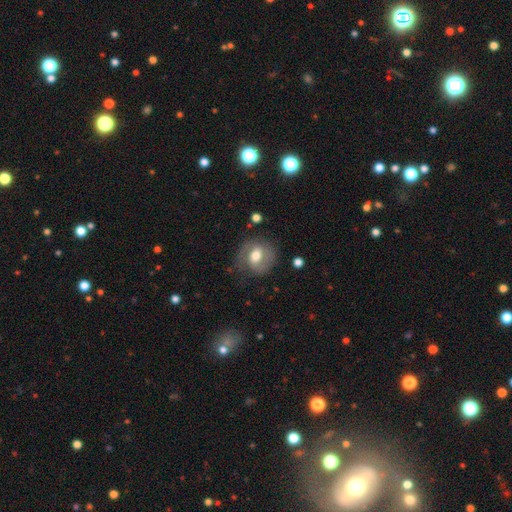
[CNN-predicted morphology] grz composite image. It shows a featured or disk galaxy (49%). Merging: none (66%).